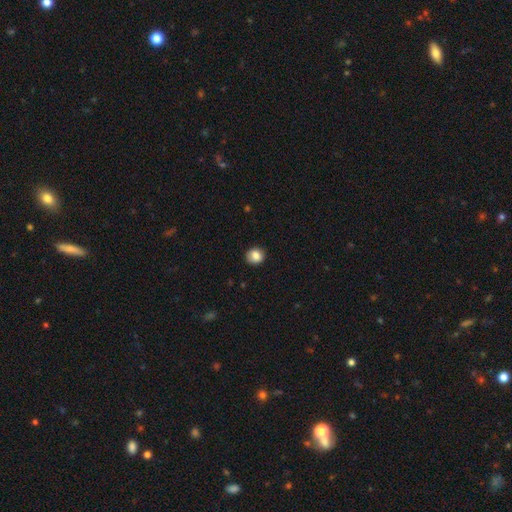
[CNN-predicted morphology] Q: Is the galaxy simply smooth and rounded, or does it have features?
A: smooth — 85%.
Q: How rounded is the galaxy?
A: round — 80%.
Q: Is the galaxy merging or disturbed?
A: none — 87%.